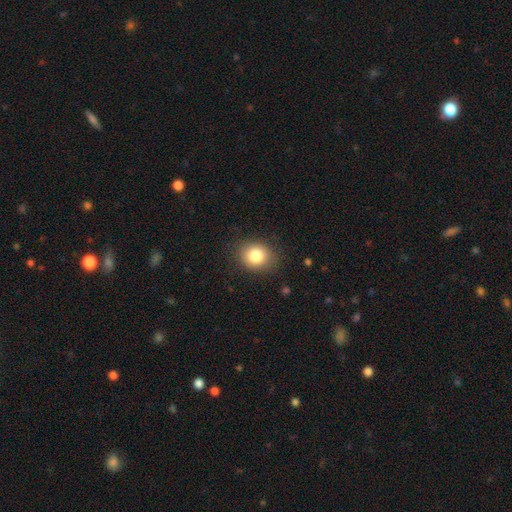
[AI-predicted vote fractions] Q: Smooth or featured?
A: smooth (83%); runner-up: star or artifact (10%)
Q: How rounded?
A: round (63%); runner-up: in between (36%)
Q: Merging?
A: none (86%); runner-up: minor disturbance (10%)